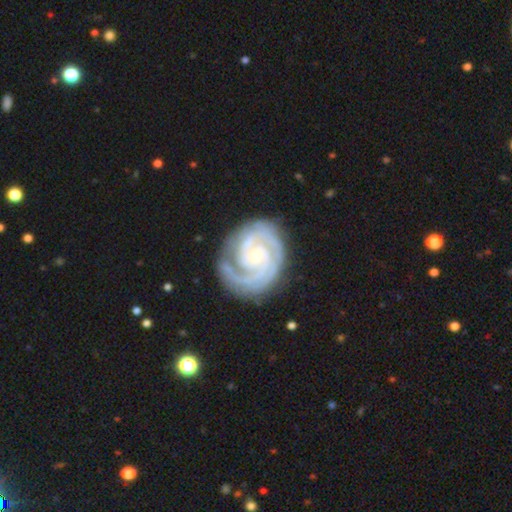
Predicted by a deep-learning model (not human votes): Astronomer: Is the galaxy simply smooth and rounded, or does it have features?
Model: featured or disk — 92%.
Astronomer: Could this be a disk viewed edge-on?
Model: no — 98%.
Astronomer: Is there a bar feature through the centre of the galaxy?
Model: no — 65%.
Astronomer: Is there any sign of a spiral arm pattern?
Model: yes — 99%.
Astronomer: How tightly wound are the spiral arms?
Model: tight — 76%.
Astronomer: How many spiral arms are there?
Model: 2 — 64%.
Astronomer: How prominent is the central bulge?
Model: small — 76%.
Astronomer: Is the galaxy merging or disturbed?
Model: none — 78%.